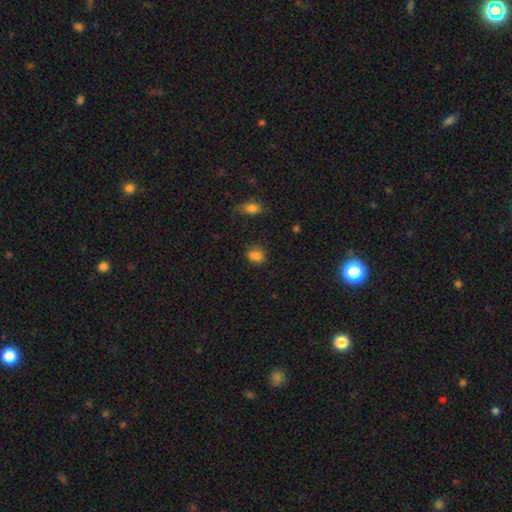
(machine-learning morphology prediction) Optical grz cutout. It shows a smooth galaxy with no disk features (79%) that is in between round and cigar-shaped (55%). Merging: none (68%).